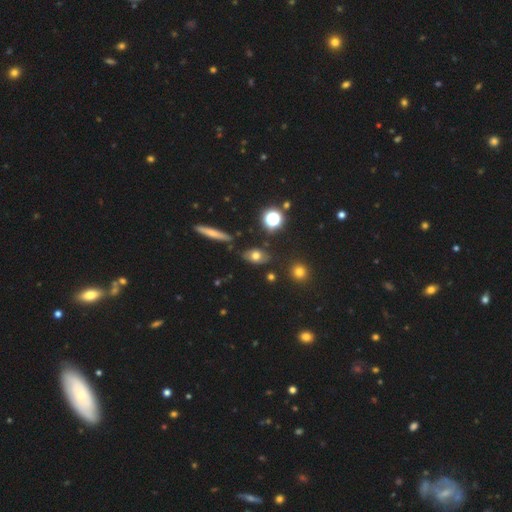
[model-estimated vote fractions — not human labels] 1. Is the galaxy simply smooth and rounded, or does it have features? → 65% smooth, 21% featured or disk, 14% star or artifact.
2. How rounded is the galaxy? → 74% in between, 21% round, 5% cigar-shaped.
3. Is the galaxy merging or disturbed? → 78% none, 14% minor disturbance, 5% merger, 4% major disturbance.